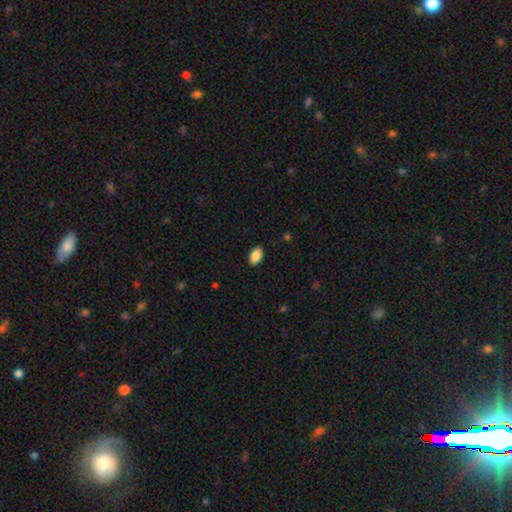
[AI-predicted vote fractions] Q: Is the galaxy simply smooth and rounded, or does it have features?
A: smooth — 89%.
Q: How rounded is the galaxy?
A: in between — 93%.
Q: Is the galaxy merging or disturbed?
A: none — 88%.